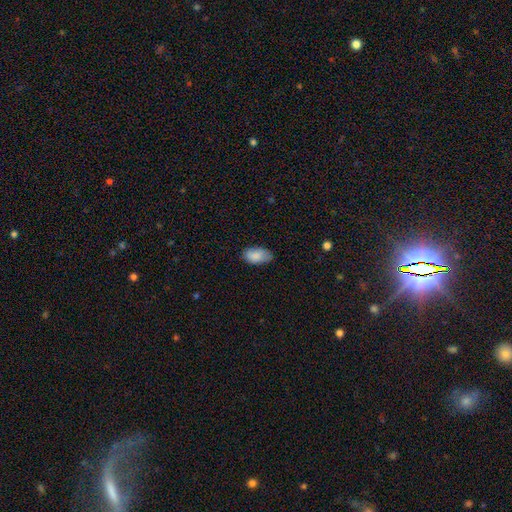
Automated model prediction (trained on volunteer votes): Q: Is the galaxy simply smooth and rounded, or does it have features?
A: smooth — 86%.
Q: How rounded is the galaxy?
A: in between — 94%.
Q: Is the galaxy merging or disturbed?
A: none — 73%.